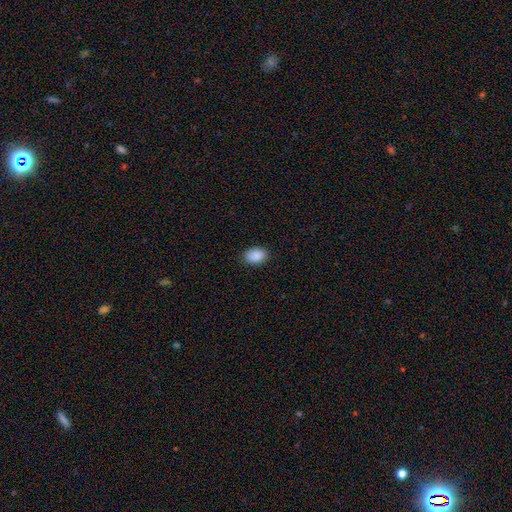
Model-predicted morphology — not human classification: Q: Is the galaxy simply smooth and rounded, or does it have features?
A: smooth — 90%.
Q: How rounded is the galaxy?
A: in between — 85%.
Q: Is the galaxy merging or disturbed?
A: none — 88%.